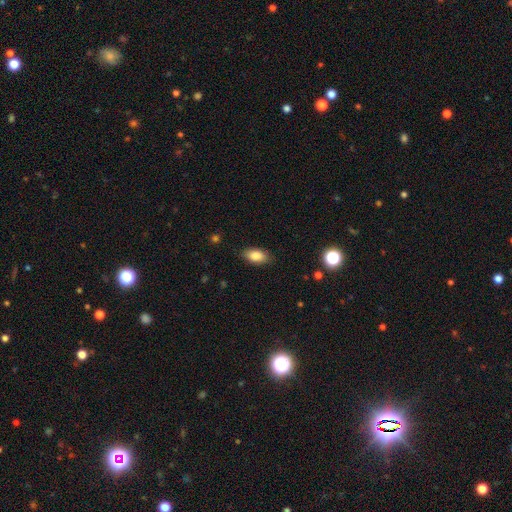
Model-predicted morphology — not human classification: smooth 85%, star or artifact 8%, featured or disk 7%. Down the decision tree: how rounded — in between (90%); merging — none (85%).